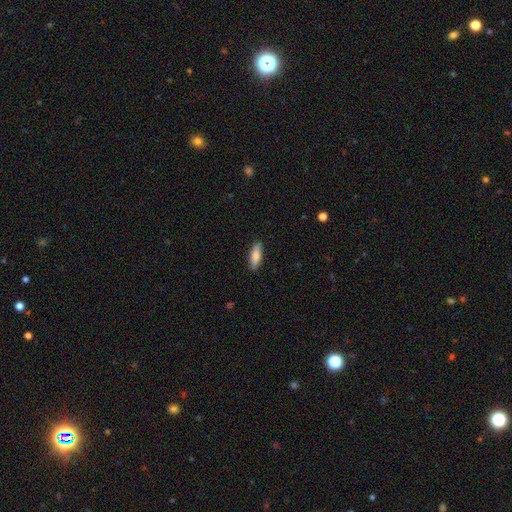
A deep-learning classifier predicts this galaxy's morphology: The model was most divided on "how rounded": in between: 52%, cigar-shaped: 46%, round: 2%. More confident: merging — none (89%); smooth or featured — smooth (83%).